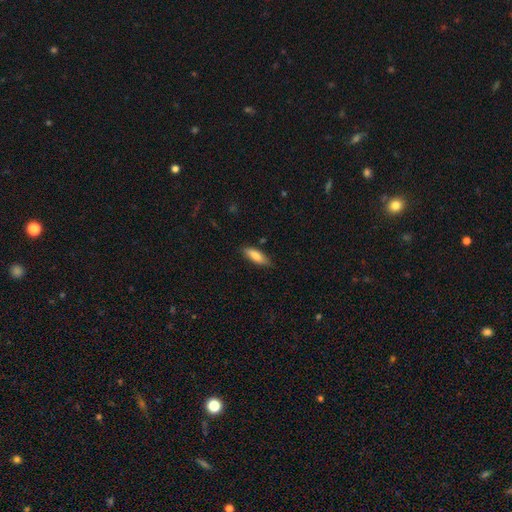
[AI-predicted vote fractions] A smooth galaxy with no disk features (82%) that is in between round and cigar-shaped (53%).

Vote fractions:
- Smooth or featured? smooth: 82% / featured or disk: 12% / star or artifact: 6%
- How rounded? in between: 53% / cigar-shaped: 46% / round: 2%
- Merging? none: 82% / minor disturbance: 15% / major disturbance: 2% / merger: 1%